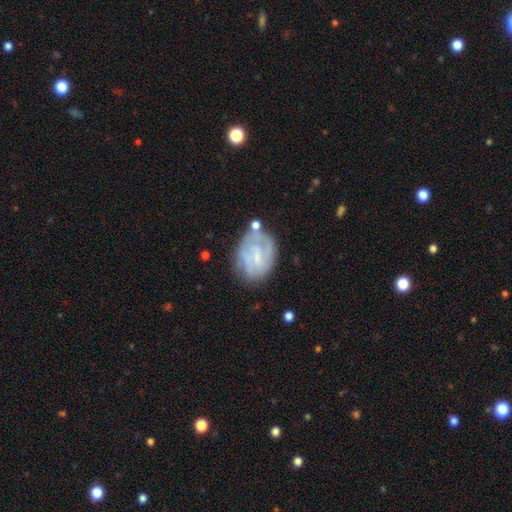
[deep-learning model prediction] Smooth or featured? featured or disk (65%)
Edge-on disk? no (97%)
Bar? weak (49%)
Spiral arms? yes (68%)
Bulge size? small (46%)
Merging? none (58%)